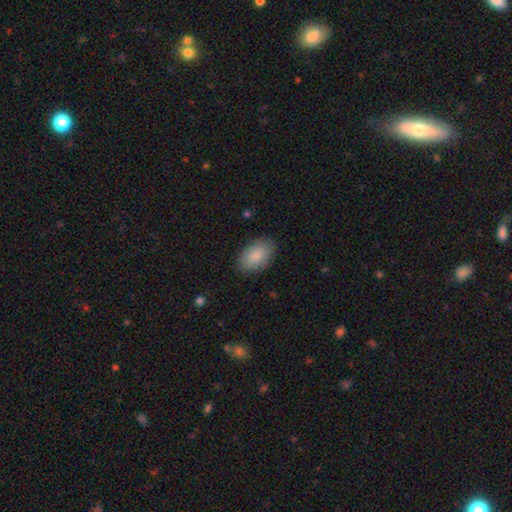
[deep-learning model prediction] Smooth or featured?
  - smooth: 88% *
  - featured or disk: 6%
  - star or artifact: 6%
How rounded?
  - in between: 94% *
  - round: 5%
  - cigar-shaped: 1%
Merging?
  - none: 86% *
  - minor disturbance: 11%
  - major disturbance: 3%
  - merger: 1%